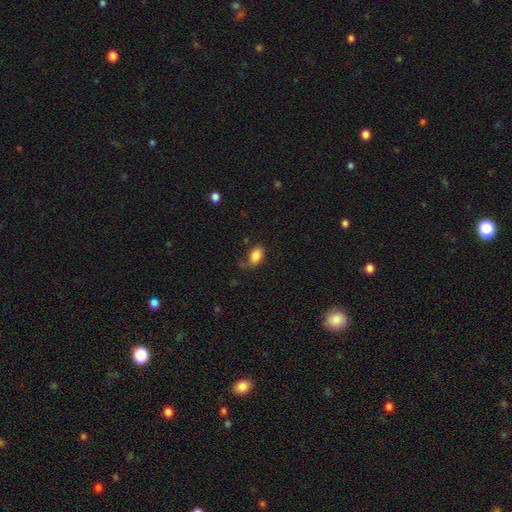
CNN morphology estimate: Smooth or featured: smooth — 86% (star or artifact — 8%)
How rounded: in between — 88% (round — 11%)
Merging: none — 71% (minor disturbance — 20%)